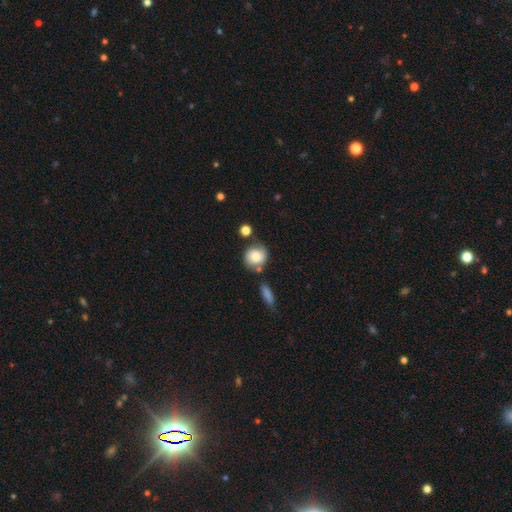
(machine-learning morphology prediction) The model was most divided on "merging": none: 57%, minor disturbance: 21%, merger: 14%, major disturbance: 8%. More confident: how rounded — round (82%); smooth or featured — smooth (69%).